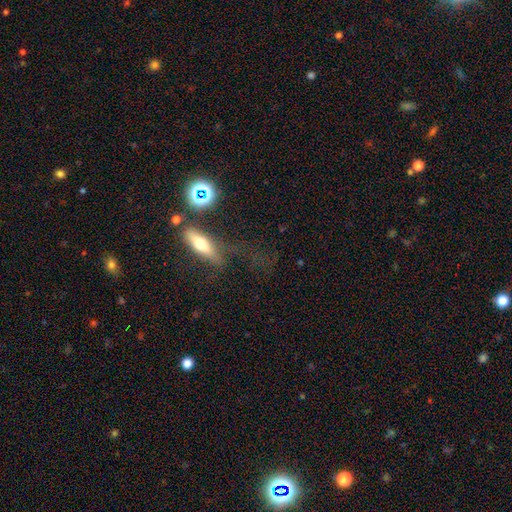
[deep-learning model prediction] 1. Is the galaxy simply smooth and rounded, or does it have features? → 42% featured or disk, 36% smooth, 23% star or artifact.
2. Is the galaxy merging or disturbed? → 42% none, 29% major disturbance, 20% minor disturbance, 9% merger.